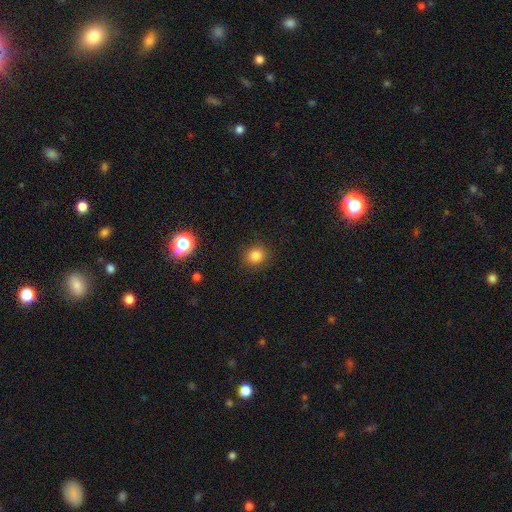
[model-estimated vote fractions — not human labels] The model was most divided on "how rounded": round: 76%, in between: 23%, cigar-shaped: 1%. More confident: merging — none (89%); smooth or featured — smooth (83%).